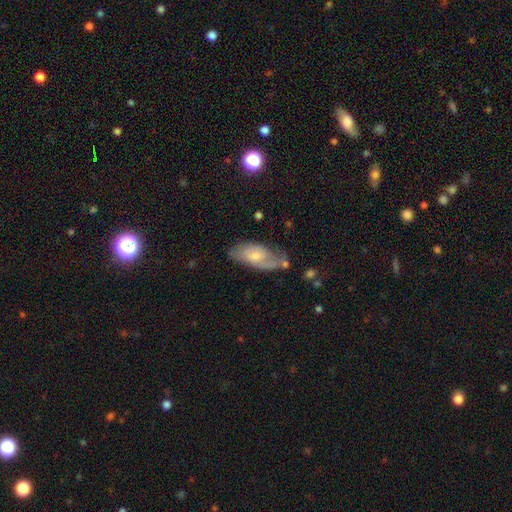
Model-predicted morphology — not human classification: This appears to be a featured or disk galaxy (53%). Merging: none (50%).